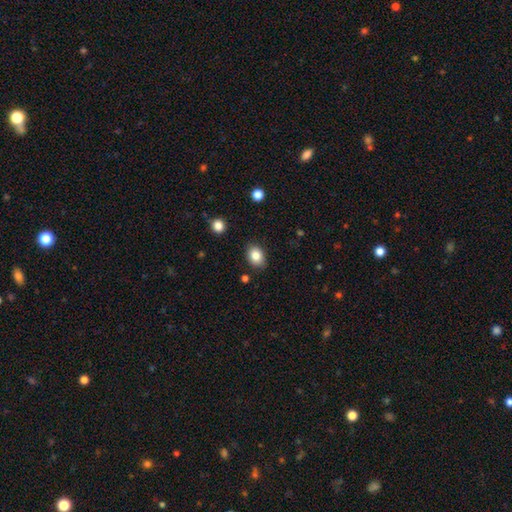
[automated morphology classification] A smooth galaxy with no disk features (84%) that is in between round and cigar-shaped (66%). Merging: none (86%).